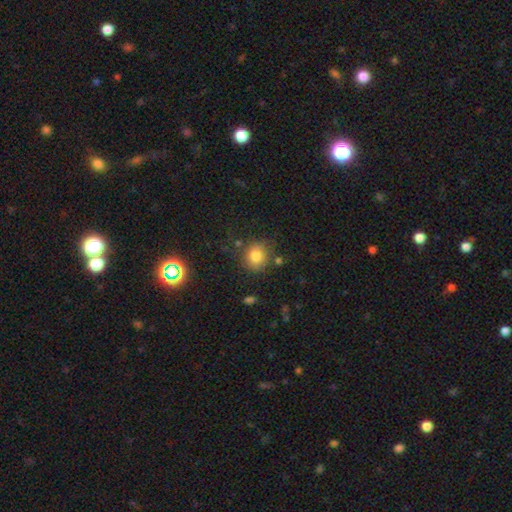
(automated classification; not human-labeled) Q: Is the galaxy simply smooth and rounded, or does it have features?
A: smooth — 79%.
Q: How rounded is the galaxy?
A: round — 82%.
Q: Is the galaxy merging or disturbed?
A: none — 76%.